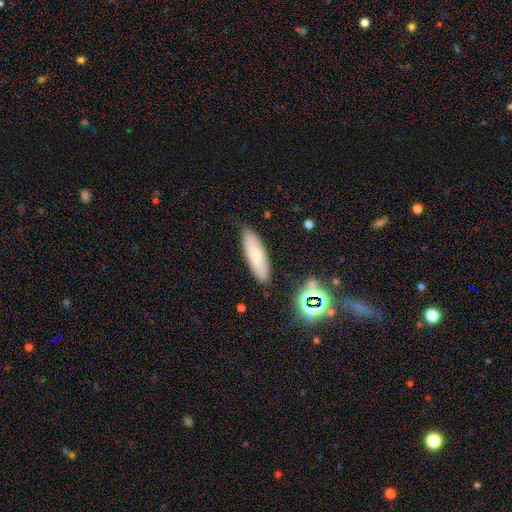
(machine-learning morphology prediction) Q: Smooth or featured?
A: smooth (73%); runner-up: featured or disk (18%)
Q: How rounded?
A: cigar-shaped (55%); runner-up: in between (43%)
Q: Merging?
A: none (86%); runner-up: minor disturbance (10%)